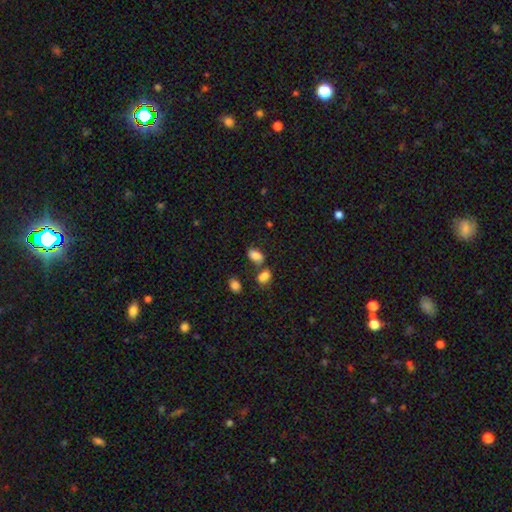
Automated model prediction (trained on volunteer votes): Morphology: type=smooth (83%); roundness=in between (90%); merging=none (57%).